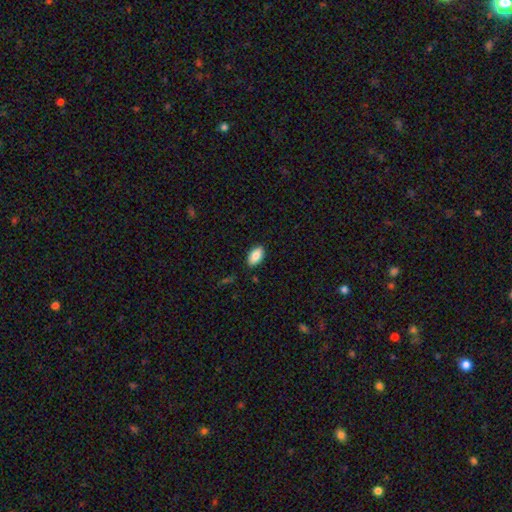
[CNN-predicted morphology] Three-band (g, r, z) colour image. It shows a smooth galaxy with no disk features (85%) that is in between round and cigar-shaped (94%). Merging: none (88%).